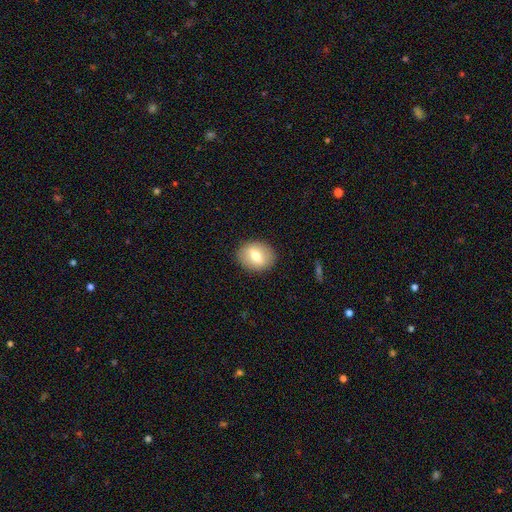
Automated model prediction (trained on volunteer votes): Q: Smooth or featured?
A: smooth (68%); runner-up: featured or disk (24%)
Q: How rounded?
A: in between (51%); runner-up: round (48%)
Q: Merging?
A: none (88%); runner-up: minor disturbance (8%)